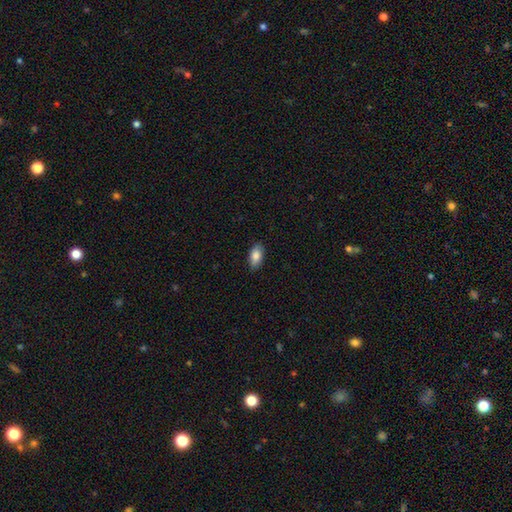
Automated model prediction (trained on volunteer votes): Smooth or featured? Predicted: smooth (p=0.85). How rounded? Predicted: in between (p=0.92). Merging? Predicted: none (p=0.88).